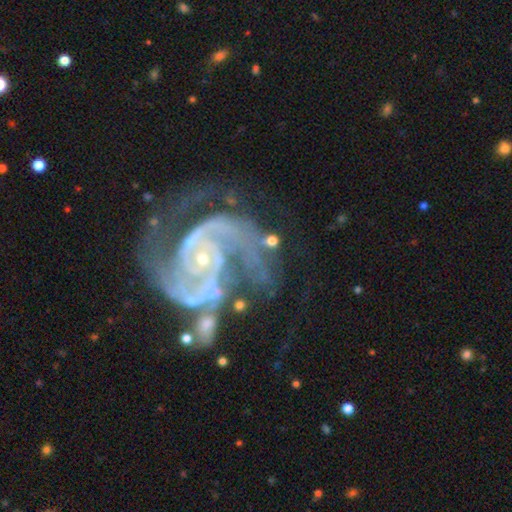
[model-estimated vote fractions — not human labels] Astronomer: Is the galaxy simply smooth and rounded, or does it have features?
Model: featured or disk — 93%.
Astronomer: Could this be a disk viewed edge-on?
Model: no — 98%.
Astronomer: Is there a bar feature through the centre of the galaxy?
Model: no — 63%.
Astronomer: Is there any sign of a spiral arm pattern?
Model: yes — 98%.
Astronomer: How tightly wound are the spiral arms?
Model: medium — 47% (runner-up: tight, 45%).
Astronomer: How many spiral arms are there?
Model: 2 — 67%.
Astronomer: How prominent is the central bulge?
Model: small — 83%.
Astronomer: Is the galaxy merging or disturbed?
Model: none — 46% (runner-up: minor disturbance, 22%).